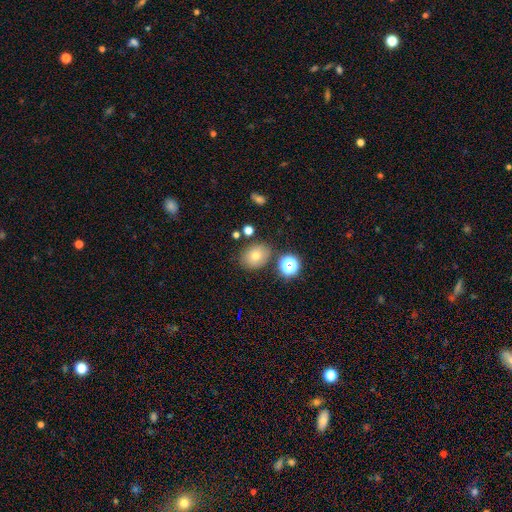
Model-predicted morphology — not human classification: This is likely a smooth galaxy (66%). How rounded: possibly round (50%). Merging: likely none (80%).